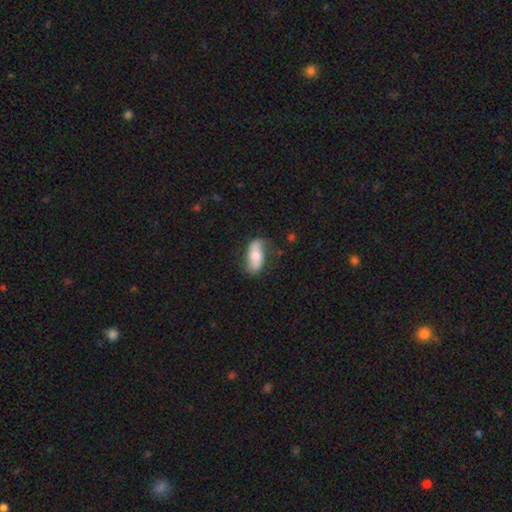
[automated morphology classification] Smooth or featured? smooth (54%)
How rounded? in between (81%)
Merging? none (70%)